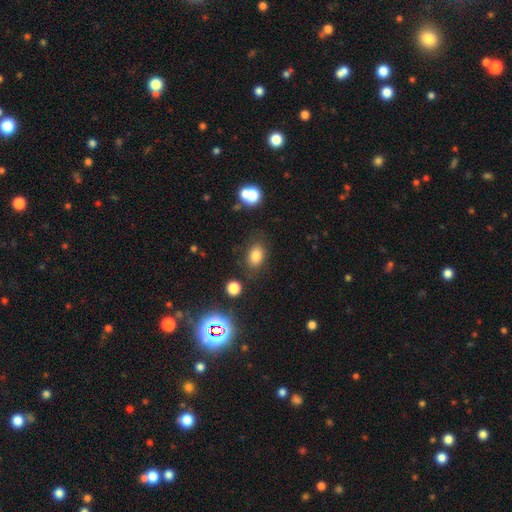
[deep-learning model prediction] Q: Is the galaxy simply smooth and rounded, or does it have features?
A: smooth — 81%.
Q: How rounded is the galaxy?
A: in between — 76%.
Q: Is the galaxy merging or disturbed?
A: none — 79%.